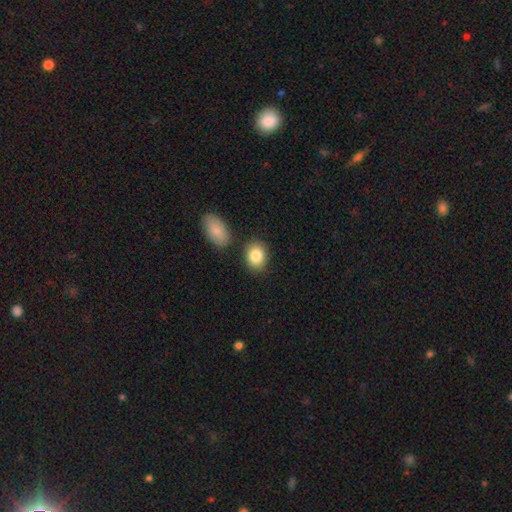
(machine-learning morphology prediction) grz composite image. It shows a smooth galaxy with no disk features (84%) that is in between round and cigar-shaped (57%). Merging: none (79%).